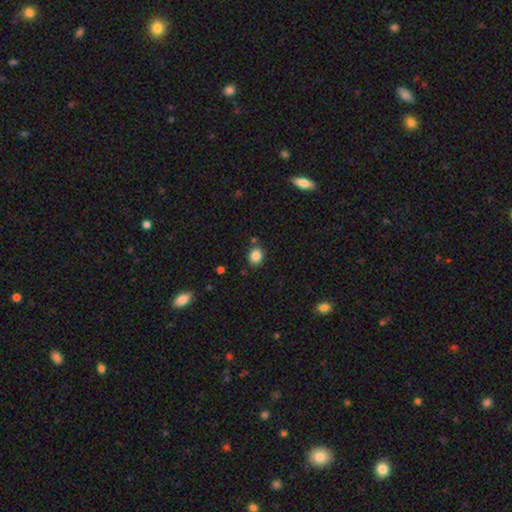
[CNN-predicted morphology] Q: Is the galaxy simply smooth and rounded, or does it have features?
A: smooth — 86%.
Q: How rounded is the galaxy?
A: round — 58%.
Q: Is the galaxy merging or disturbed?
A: none — 81%.